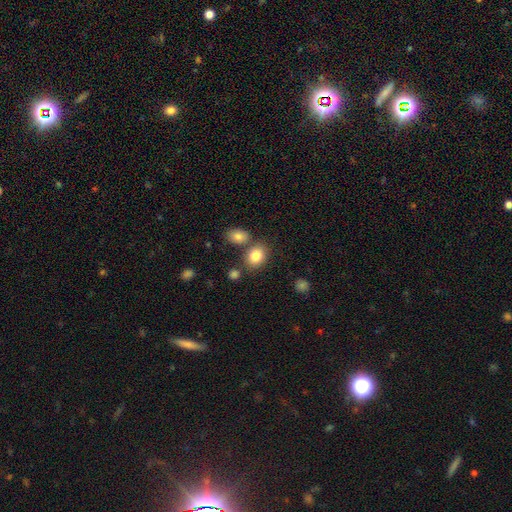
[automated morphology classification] A smooth galaxy with no disk features (82%) that is in between round and cigar-shaped (58%). Merging: none (68%).